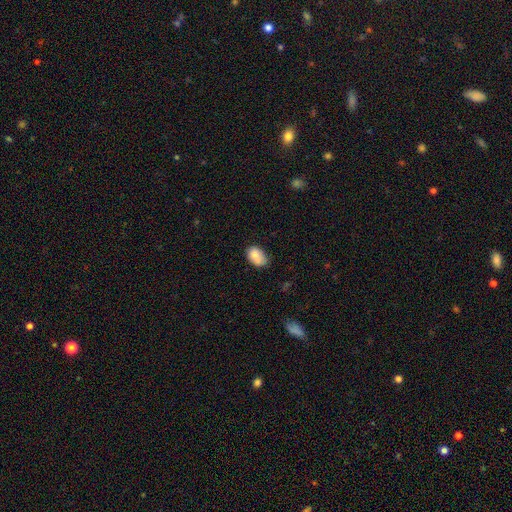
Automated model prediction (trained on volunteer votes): A smooth galaxy with no disk features (81%) that is in between round and cigar-shaped (85%).

Vote fractions:
- Smooth or featured? smooth: 81% / featured or disk: 10% / star or artifact: 8%
- How rounded? in between: 85% / round: 13% / cigar-shaped: 1%
- Merging? none: 53% / minor disturbance: 32% / merger: 8% / major disturbance: 7%